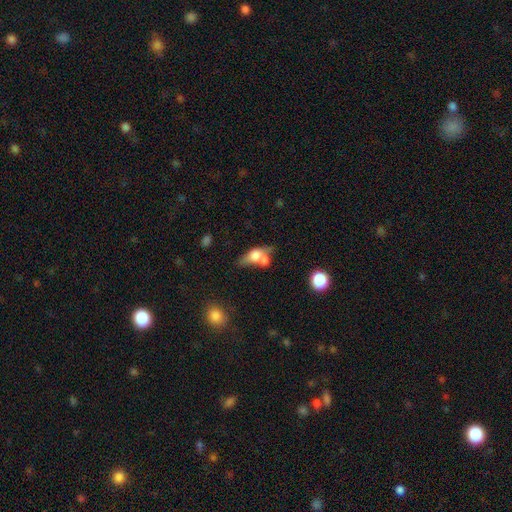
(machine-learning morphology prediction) Smooth or featured?
  - smooth: 58% *
  - featured or disk: 33%
  - star or artifact: 10%
How rounded?
  - in between: 67% *
  - cigar-shaped: 20%
  - round: 14%
Merging?
  - merger: 46% *
  - none: 31%
  - minor disturbance: 13%
  - major disturbance: 9%